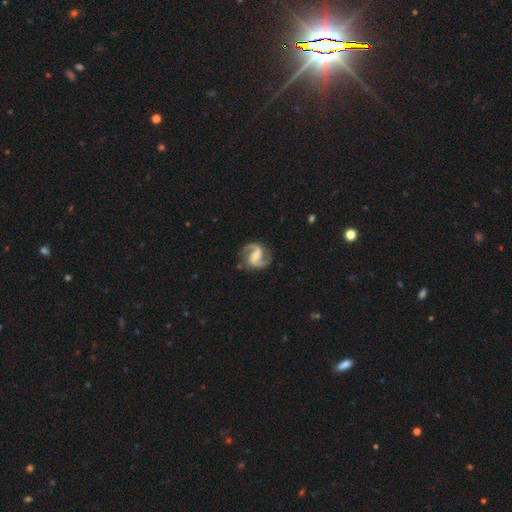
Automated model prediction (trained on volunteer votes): The model was most divided on "bulge size": moderate: 49%, small: 39%, none: 7%, large: 4%, dominant: 1%. Remaining: edge-on disk — no (98%); spiral arms — yes (98%); spiral arm count — 2 (94%); smooth or featured — featured or disk (92%); merging — none (83%); spiral winding — medium (59%); bar — weak (48%).